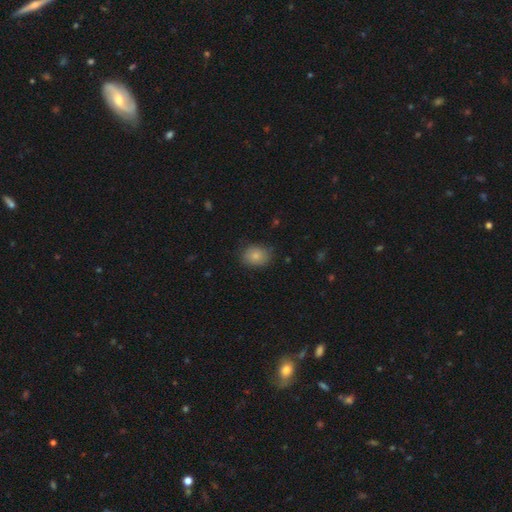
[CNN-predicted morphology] Smooth or featured? Predicted: smooth (p=0.83). How rounded? Predicted: in between (p=0.55). Merging? Predicted: none (p=0.79).